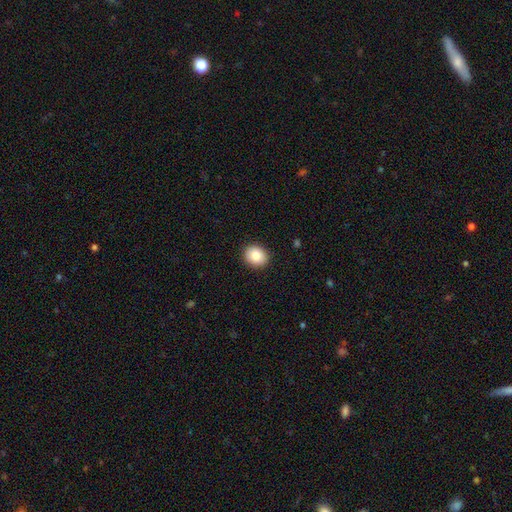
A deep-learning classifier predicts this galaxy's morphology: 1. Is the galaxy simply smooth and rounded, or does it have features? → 85% smooth, 8% star or artifact, 7% featured or disk.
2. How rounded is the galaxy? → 68% round, 31% in between, 1% cigar-shaped.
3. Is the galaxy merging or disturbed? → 91% none, 6% minor disturbance, 2% major disturbance, 1% merger.